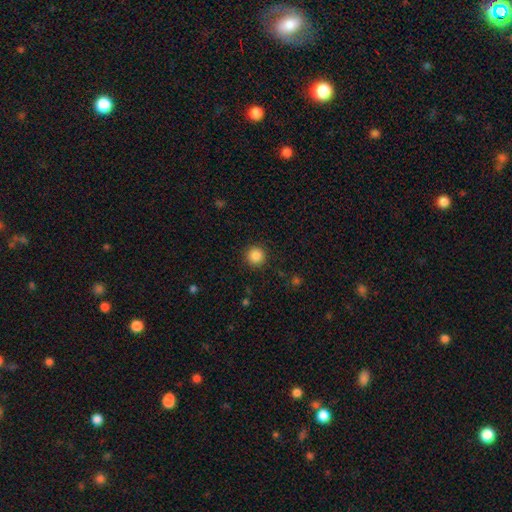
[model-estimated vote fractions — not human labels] This is clearly a smooth galaxy (86%). How rounded: clearly round (95%). Merging: clearly none (91%).